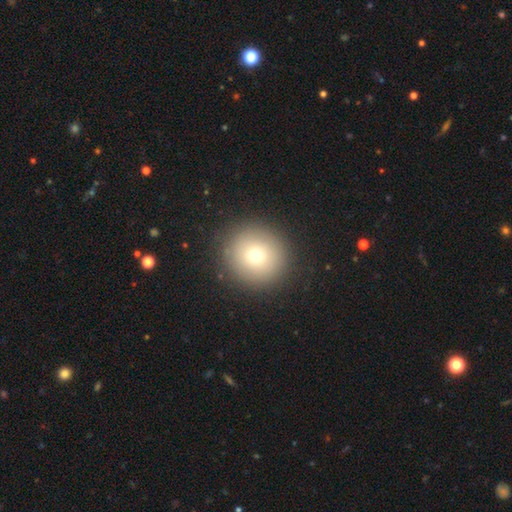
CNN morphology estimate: Overall: smooth (71%). How rounded: round (93%). Merging: none (90%).